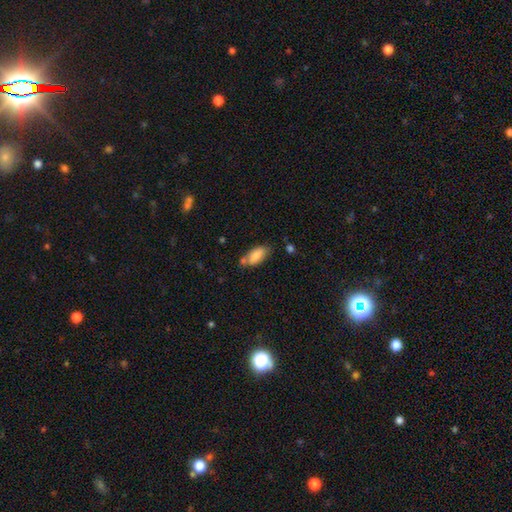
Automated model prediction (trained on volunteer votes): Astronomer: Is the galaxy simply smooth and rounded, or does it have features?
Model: smooth — 78%.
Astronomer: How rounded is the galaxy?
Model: in between — 87%.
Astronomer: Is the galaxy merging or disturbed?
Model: none — 61%.